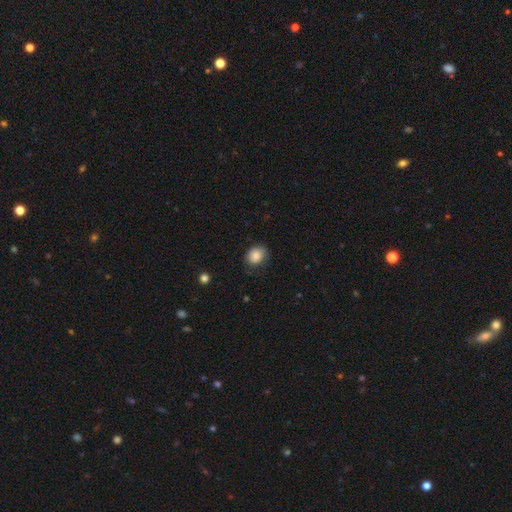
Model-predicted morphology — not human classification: smooth 84%, star or artifact 9%, featured or disk 7%. Down the decision tree: how rounded — round (67%); merging — none (72%).